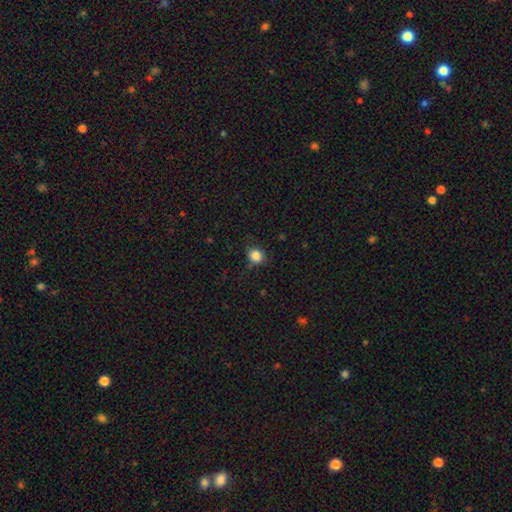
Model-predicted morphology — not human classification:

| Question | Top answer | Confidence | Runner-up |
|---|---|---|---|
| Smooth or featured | smooth | 84% | star or artifact (11%) |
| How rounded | round | 77% | in between (22%) |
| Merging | none | 76% | minor disturbance (18%) |